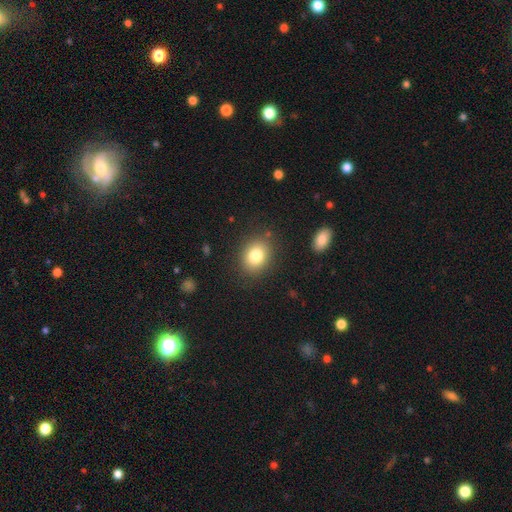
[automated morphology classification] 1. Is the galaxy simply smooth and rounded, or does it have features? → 81% smooth, 10% star or artifact, 9% featured or disk.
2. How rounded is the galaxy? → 50% in between, 49% round, 1% cigar-shaped.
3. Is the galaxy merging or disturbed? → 85% none, 10% minor disturbance, 3% major disturbance, 2% merger.